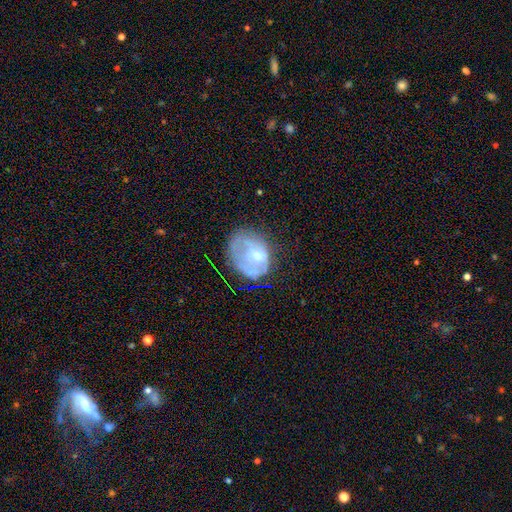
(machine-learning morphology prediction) Smooth or featured? Predicted: featured or disk (p=0.52). Edge-on disk? Predicted: no (p=0.97). Bar? Predicted: no (p=0.67). Spiral arms? Predicted: no (p=0.66). Bulge size? Predicted: moderate (p=0.46). Merging? Predicted: none (p=0.39).